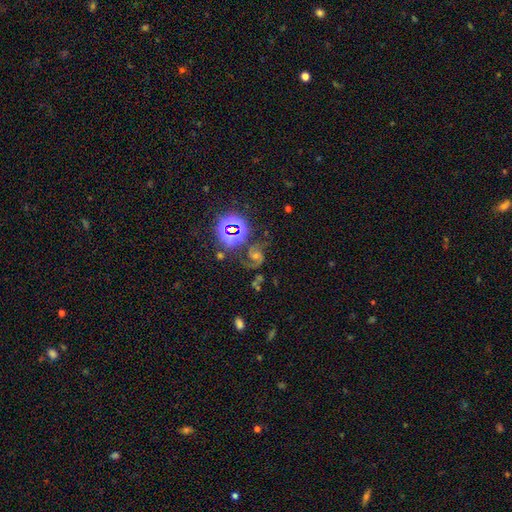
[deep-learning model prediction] featured or disk 58%, star or artifact 31%, smooth 11%. Down the decision tree: edge-on disk — no (97%); bar — no (47%); spiral arms — yes (94%); spiral arm count — 2 (86%); spiral winding — medium (54%); bulge size — moderate (50%); merging — none (61%).